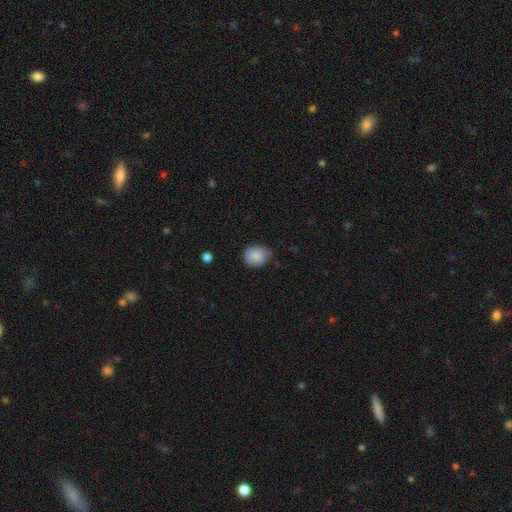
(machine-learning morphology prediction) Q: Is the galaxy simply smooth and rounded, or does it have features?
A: smooth — 87%.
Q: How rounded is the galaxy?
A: round — 68%.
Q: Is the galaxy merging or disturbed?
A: none — 65%.